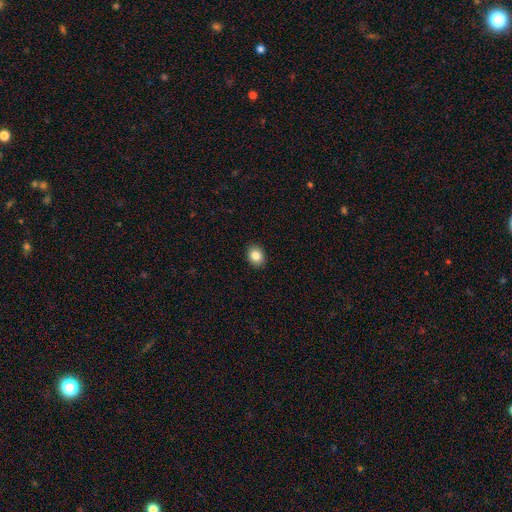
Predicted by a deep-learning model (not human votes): A smooth galaxy with no disk features (85%) that is in between round and cigar-shaped (55%). Merging: none (91%).